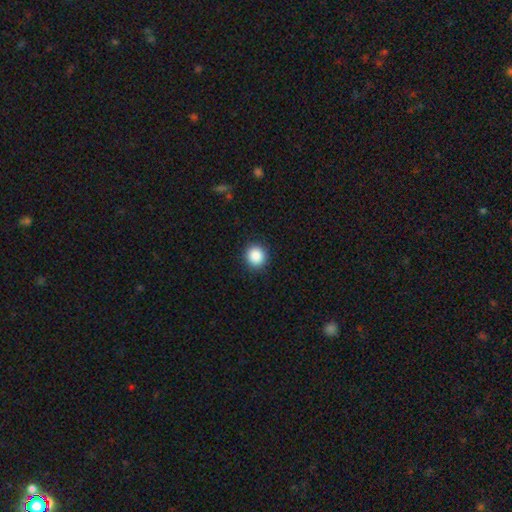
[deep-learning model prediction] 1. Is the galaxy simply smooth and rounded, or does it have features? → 88% smooth, 9% star or artifact, 3% featured or disk.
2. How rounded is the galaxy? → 91% round, 8% in between, 1% cigar-shaped.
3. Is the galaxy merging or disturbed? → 91% none, 6% minor disturbance, 2% major disturbance, 1% merger.